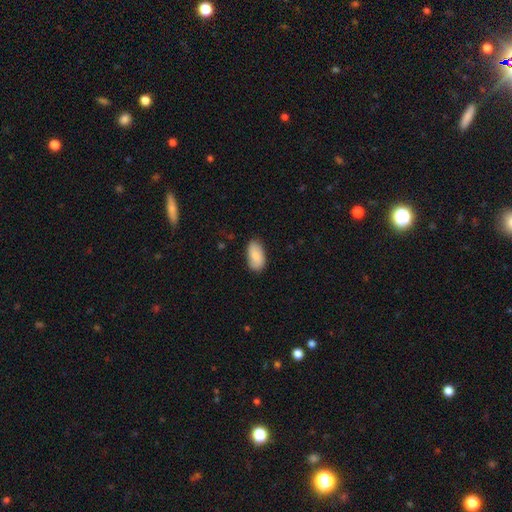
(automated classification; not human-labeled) This appears to be a smooth galaxy with no disk features (84%) that is in between round and cigar-shaped (94%). Merging: none (77%).